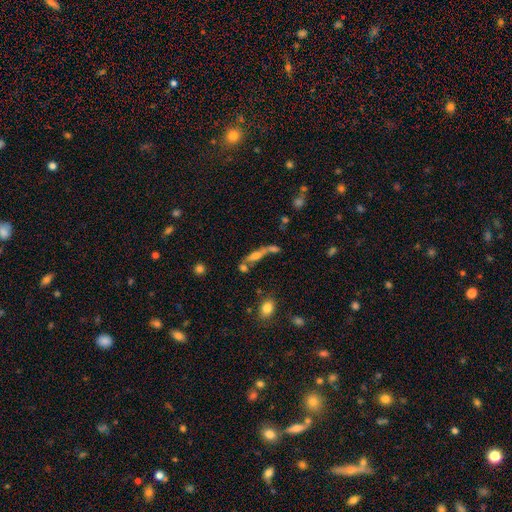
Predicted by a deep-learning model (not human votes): A smooth galaxy with no disk features (45%). Merging: merger (41%).